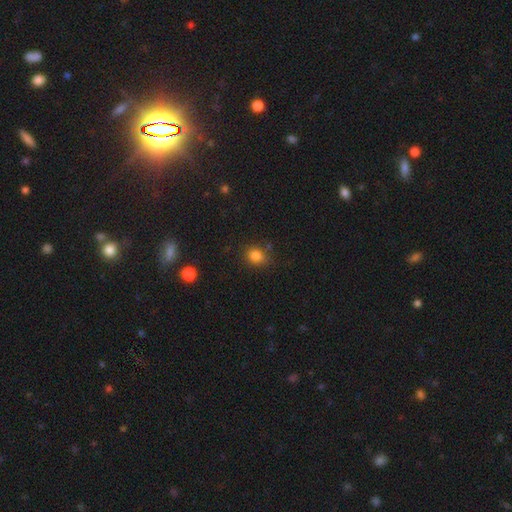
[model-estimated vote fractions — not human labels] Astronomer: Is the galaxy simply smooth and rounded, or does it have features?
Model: smooth — 82%.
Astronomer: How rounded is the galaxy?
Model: round — 61% (runner-up: in between, 38%).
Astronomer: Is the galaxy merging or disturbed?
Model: none — 78%.